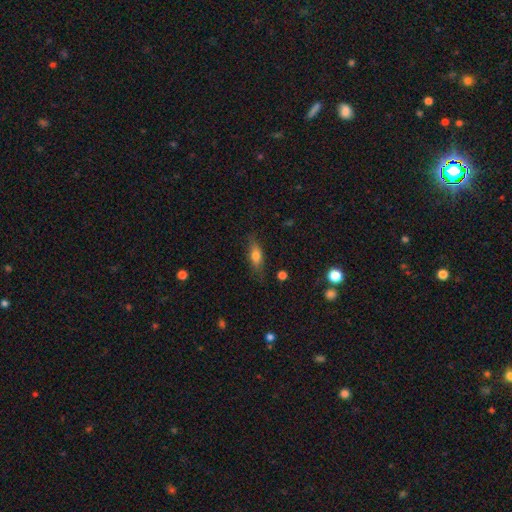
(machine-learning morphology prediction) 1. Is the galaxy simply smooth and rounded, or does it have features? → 71% smooth, 20% featured or disk, 9% star or artifact.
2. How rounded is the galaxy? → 64% in between, 32% cigar-shaped, 4% round.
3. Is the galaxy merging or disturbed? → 78% none, 16% minor disturbance, 4% major disturbance, 2% merger.